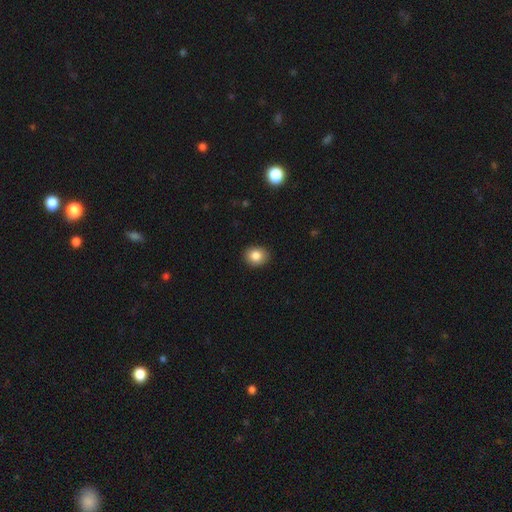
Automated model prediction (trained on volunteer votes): Overall: smooth (85%). How rounded: round (61%; in between 38%). Merging: none (90%).